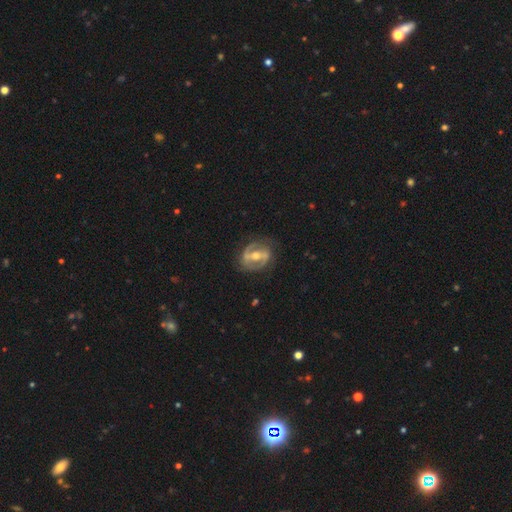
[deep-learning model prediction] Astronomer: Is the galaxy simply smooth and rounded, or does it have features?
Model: featured or disk — 82%.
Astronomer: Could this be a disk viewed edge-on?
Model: no — 96%.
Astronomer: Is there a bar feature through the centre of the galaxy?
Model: strong — 56%.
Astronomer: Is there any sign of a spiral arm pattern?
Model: yes — 80%.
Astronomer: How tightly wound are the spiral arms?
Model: medium — 45% (runner-up: tight, 35%).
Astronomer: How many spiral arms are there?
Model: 2 — 83%.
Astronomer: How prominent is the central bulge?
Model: moderate — 70%.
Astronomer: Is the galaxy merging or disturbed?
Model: none — 75%.